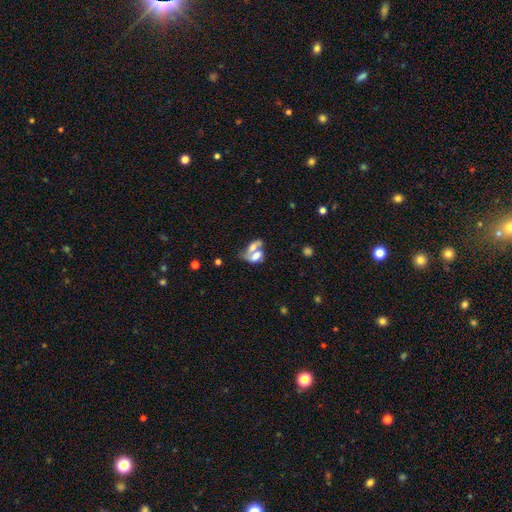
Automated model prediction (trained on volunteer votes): smooth 55%, featured or disk 35%, star or artifact 10%. Down the decision tree: how rounded — in between (82%); merging — merger (70%).